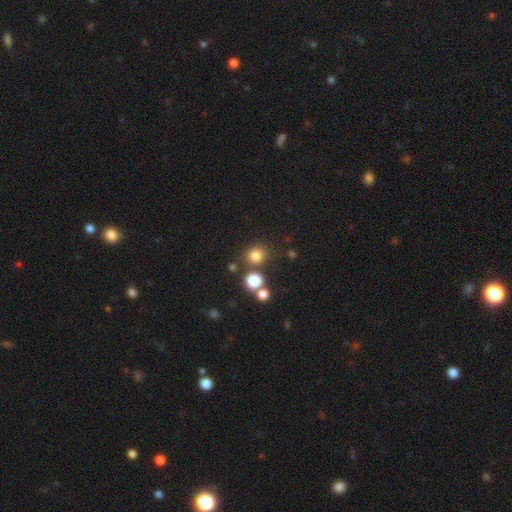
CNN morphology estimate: Smooth or featured: smooth — 78% (star or artifact — 17%)
How rounded: round — 85% (in between — 14%)
Merging: none — 77% (merger — 11%)